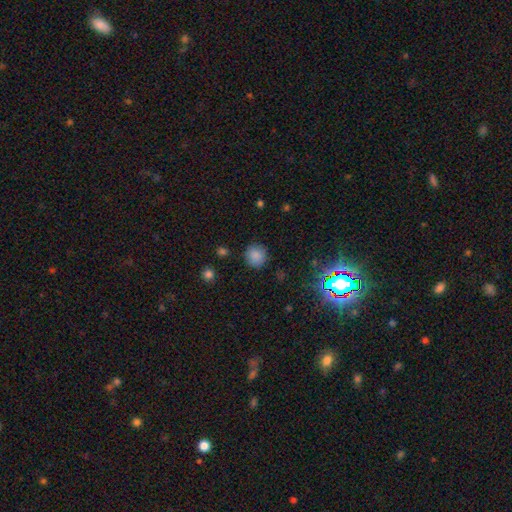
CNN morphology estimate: smooth-or-featured: smooth: 83% | star or artifact: 12% | featured or disk: 5%
  how-rounded: round: 91% | in between: 9% | cigar-shaped: 1%
  merging: none: 86% | minor disturbance: 10% | major disturbance: 3% | merger: 2%